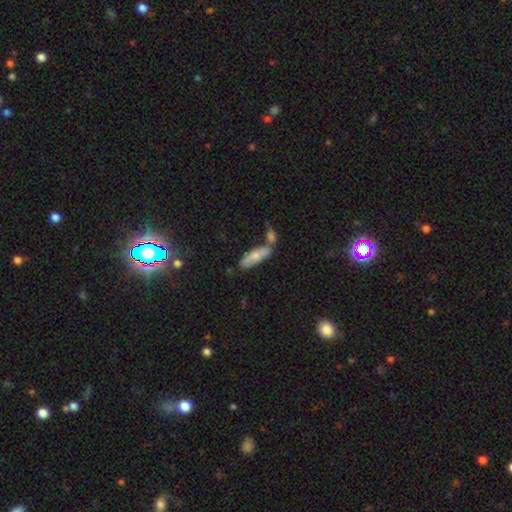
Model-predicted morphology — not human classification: Smooth or featured? Predicted: smooth (p=0.69). How rounded? Predicted: in between (p=0.54). Merging? Predicted: none (p=0.54).